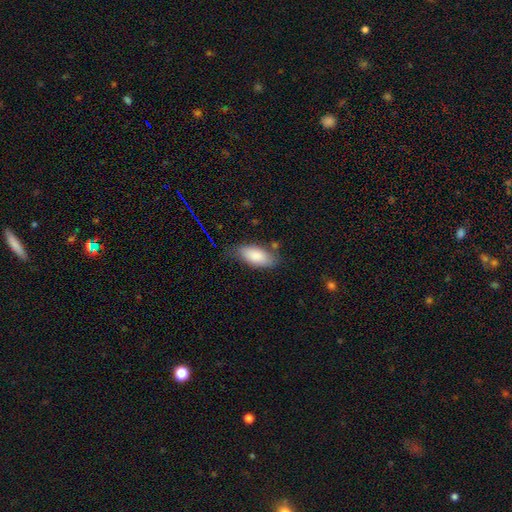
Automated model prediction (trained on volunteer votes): smooth-or-featured: smooth: 86% | featured or disk: 8% | star or artifact: 6%
  how-rounded: in between: 89% | cigar-shaped: 9% | round: 2%
  merging: none: 67% | minor disturbance: 24% | major disturbance: 6% | merger: 3%